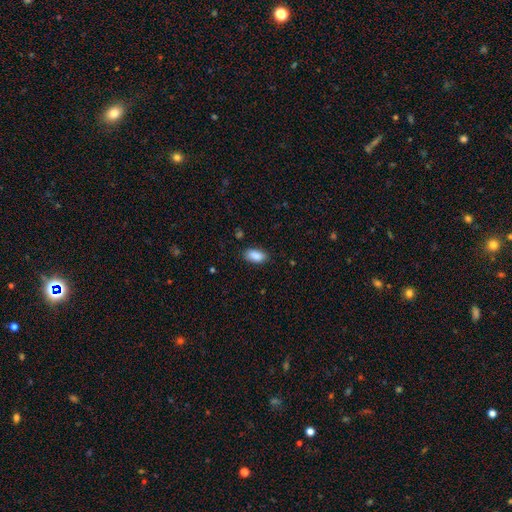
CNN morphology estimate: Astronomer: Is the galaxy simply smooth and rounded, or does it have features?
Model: smooth — 88%.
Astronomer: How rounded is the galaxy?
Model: in between — 92%.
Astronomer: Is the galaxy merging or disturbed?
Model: none — 85%.